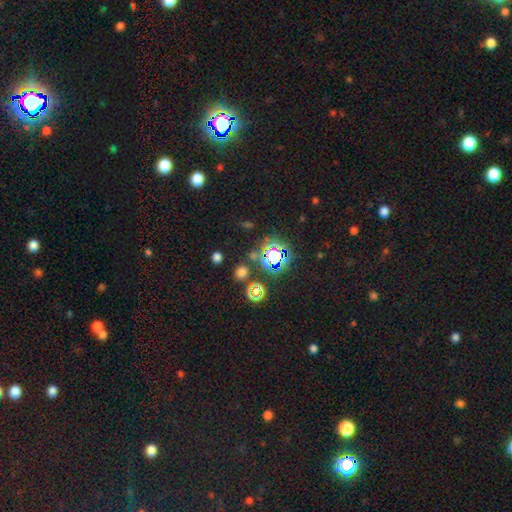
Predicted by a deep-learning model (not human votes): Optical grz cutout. It shows a star or artifact, not a galaxy (70%).